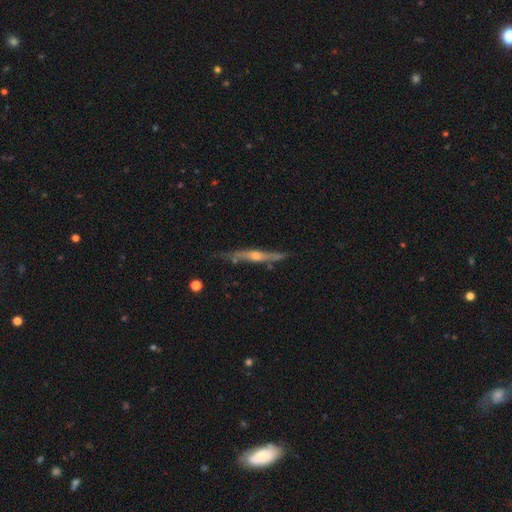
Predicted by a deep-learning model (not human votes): A featured or disk galaxy (76%) viewed edge-on (94%) with a rounded central bulge (78%). Merging: none (76%).